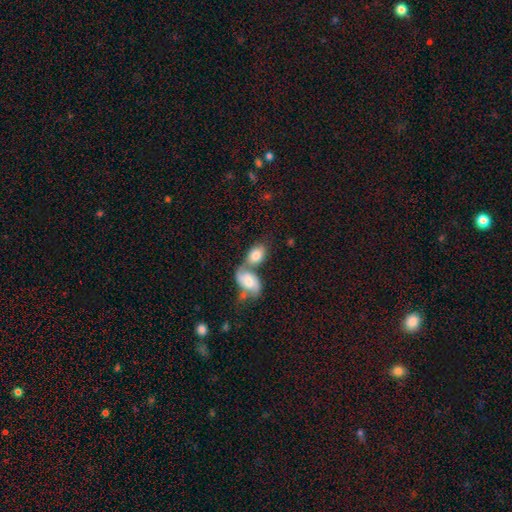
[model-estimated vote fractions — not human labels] Smooth or featured? Predicted: smooth (p=0.71). How rounded? Predicted: in between (p=0.88). Merging? Predicted: merger (p=0.65).